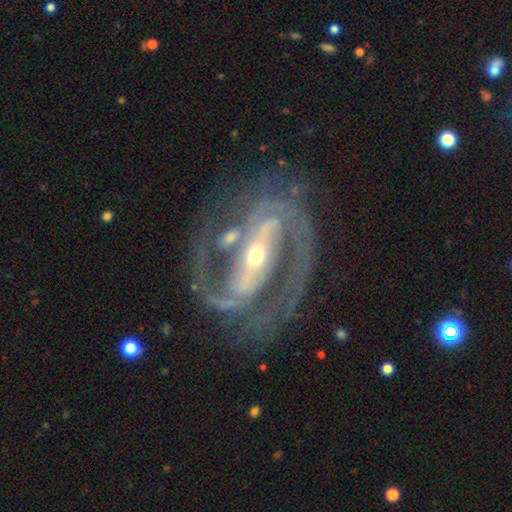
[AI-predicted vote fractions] This is clearly a featured or disk galaxy (92%). It is clearly not viewed edge-on (96%). Bar: likely strong (70%). Spiral arm pattern: clearly yes (98%). Spiral arm count: clearly 2 (88%). Spiral winding: possibly medium (52%). Central bulge: possibly small (54%). Merging: likely none (72%).